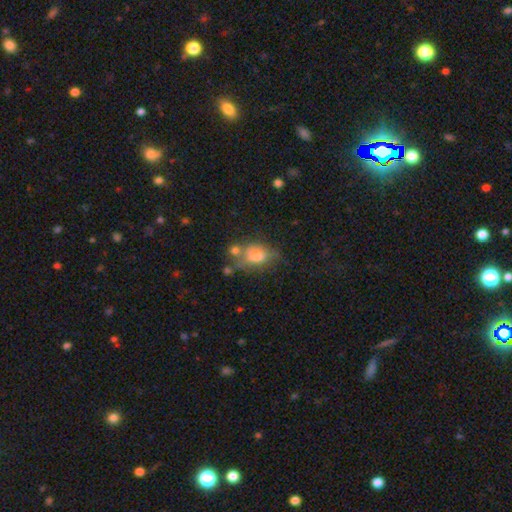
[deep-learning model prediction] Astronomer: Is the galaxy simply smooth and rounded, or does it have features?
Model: smooth — 68%.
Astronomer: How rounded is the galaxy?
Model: in between — 78%.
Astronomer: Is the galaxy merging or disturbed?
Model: none — 36% (runner-up: minor disturbance, 24%).